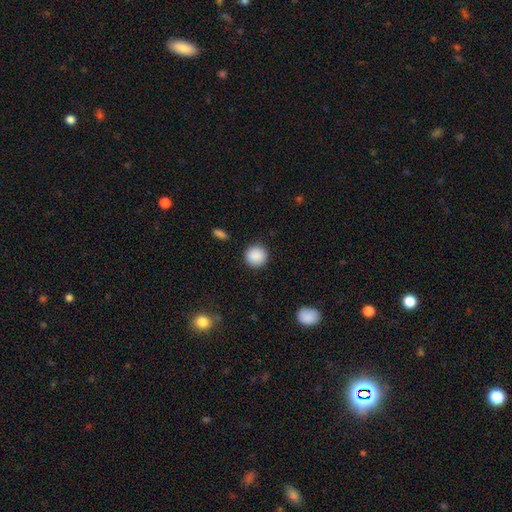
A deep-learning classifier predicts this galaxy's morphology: Smooth or featured? smooth (89%)
How rounded? round (95%)
Merging? none (91%)